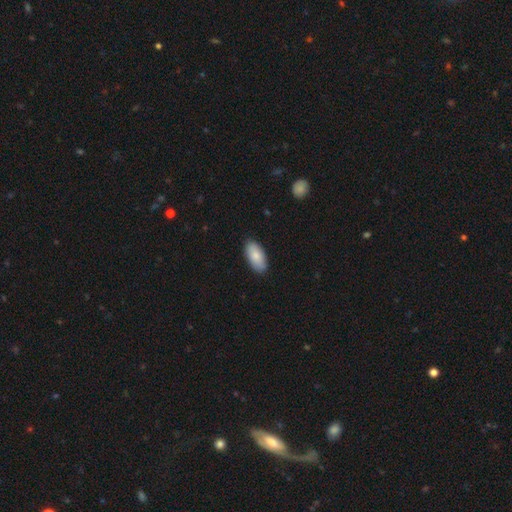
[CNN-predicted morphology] type=smooth (84%); roundness=in between (93%); merging=none (87%).